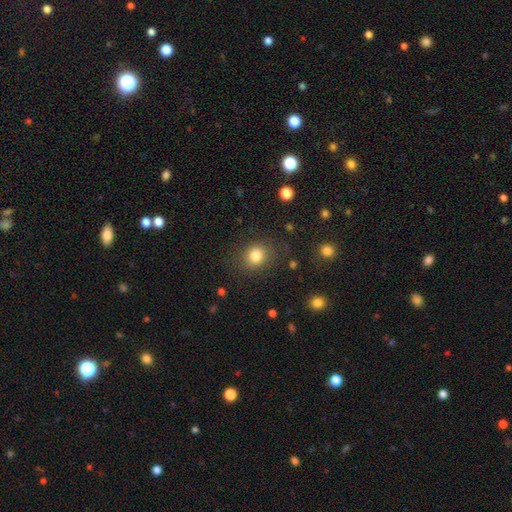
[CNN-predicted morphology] type=smooth (82%); roundness=round (75%); merging=none (82%).